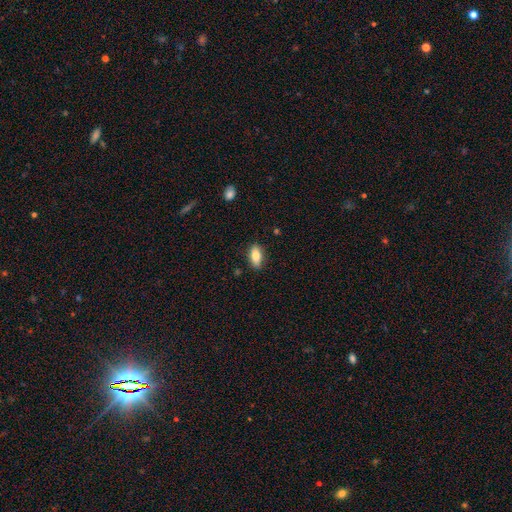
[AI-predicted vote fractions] Q: Smooth or featured?
A: smooth (81%); runner-up: featured or disk (12%)
Q: How rounded?
A: in between (86%); runner-up: cigar-shaped (10%)
Q: Merging?
A: none (86%); runner-up: minor disturbance (11%)